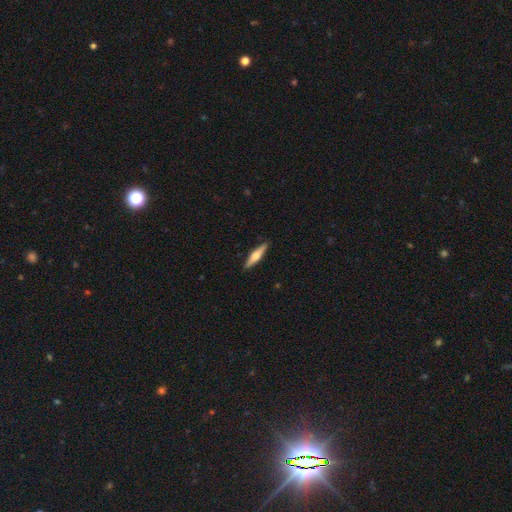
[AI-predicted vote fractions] Q: Smooth or featured?
A: featured or disk (53%); runner-up: smooth (42%)
Q: Edge-on disk?
A: yes (96%); runner-up: no (4%)
Q: Edge-on bulge?
A: rounded (87%); runner-up: boxy (8%)
Q: Merging?
A: none (90%); runner-up: minor disturbance (7%)